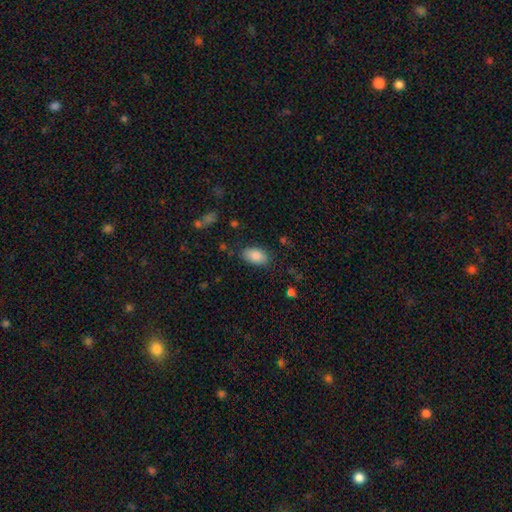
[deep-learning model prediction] Morphology: type=smooth (86%); roundness=in between (93%); merging=none (82%).